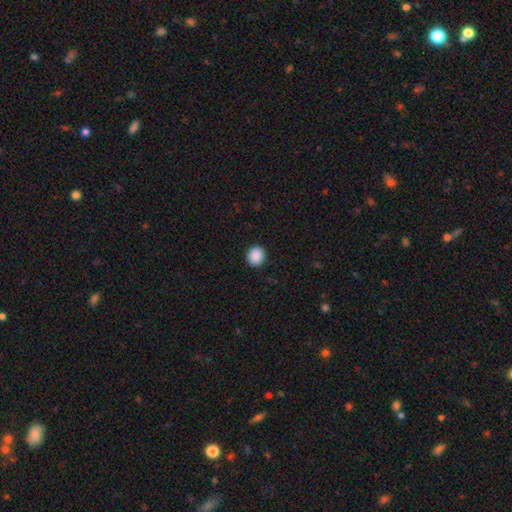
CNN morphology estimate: The model was most divided on "how rounded": round: 82%, in between: 17%, cigar-shaped: 1%. More confident: merging — none (91%); smooth or featured — smooth (89%).